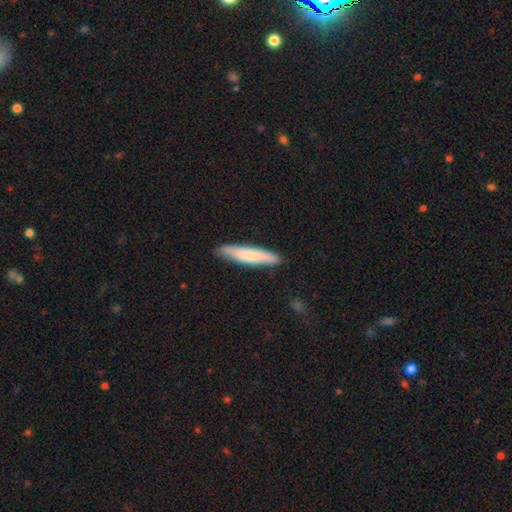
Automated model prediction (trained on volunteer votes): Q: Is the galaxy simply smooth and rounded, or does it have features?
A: smooth — 74%.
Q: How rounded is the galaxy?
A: cigar-shaped — 86%.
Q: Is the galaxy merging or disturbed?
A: none — 84%.